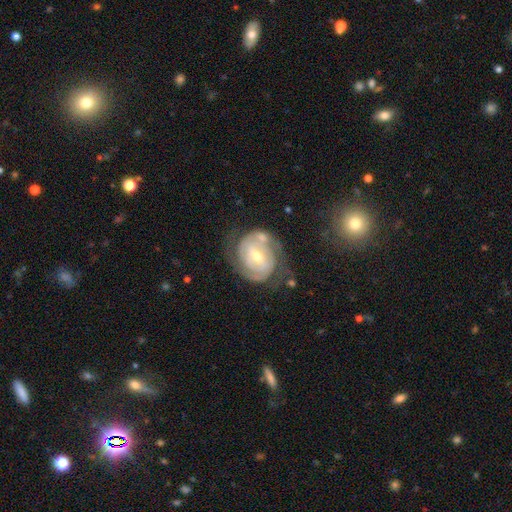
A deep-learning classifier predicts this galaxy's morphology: The model was most divided on "bulge size": moderate: 52%, small: 44%, large: 2%, none: 1%, dominant: 1%. Remaining: edge-on disk — no (97%); spiral arms — yes (96%); smooth or featured — featured or disk (88%); spiral winding — tight (70%); merging — none (67%); spiral arm count — 2 (62%); bar — weak (48%).